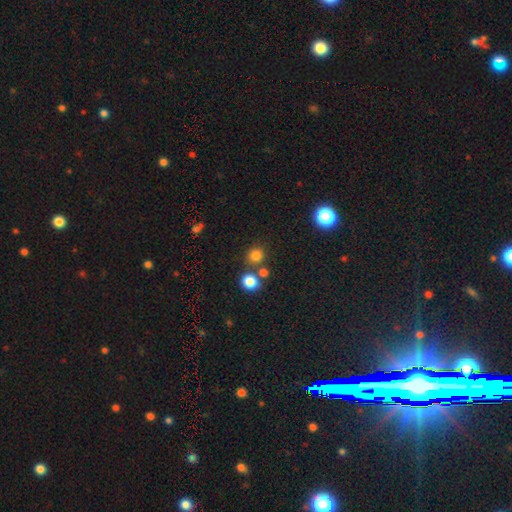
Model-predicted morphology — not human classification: Overall: smooth (78%). How rounded: round (87%). Merging: none (73%).